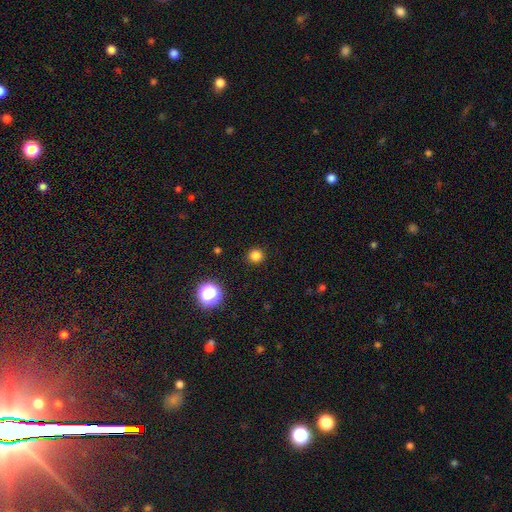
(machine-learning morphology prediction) This is clearly a smooth galaxy (82%). How rounded: clearly round (93%). Merging: clearly none (92%).